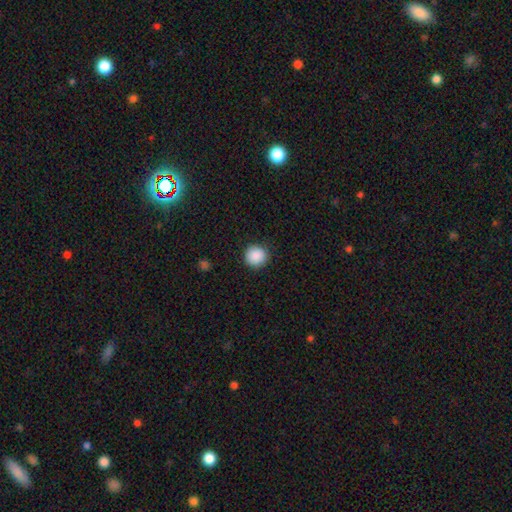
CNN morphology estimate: smooth-or-featured: smooth: 89% | star or artifact: 8% | featured or disk: 3%
  how-rounded: round: 94% | in between: 5% | cigar-shaped: 1%
  merging: none: 91% | minor disturbance: 6% | major disturbance: 2% | merger: 1%